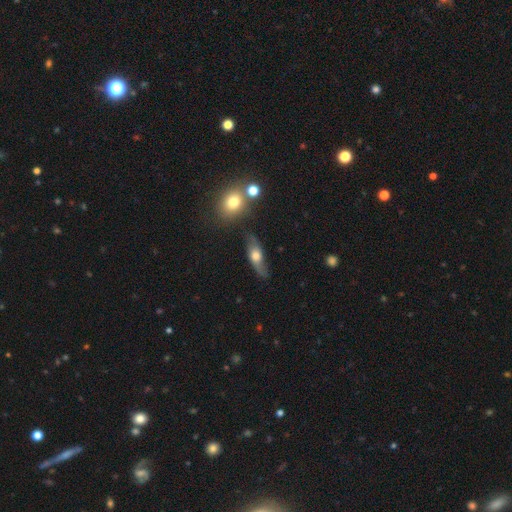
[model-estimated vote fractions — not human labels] A featured or disk galaxy (50%).

Vote fractions:
- Smooth or featured? featured or disk: 50% / smooth: 42% / star or artifact: 8%
- Merging? none: 68% / minor disturbance: 21% / major disturbance: 7% / merger: 4%